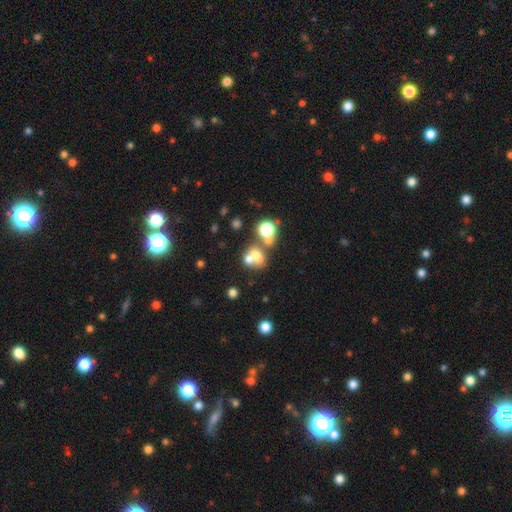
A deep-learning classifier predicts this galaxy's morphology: Overall: smooth (58%; featured or disk 23%). How rounded: round (51%; in between 48%). Merging: merger (51%; none 32%).